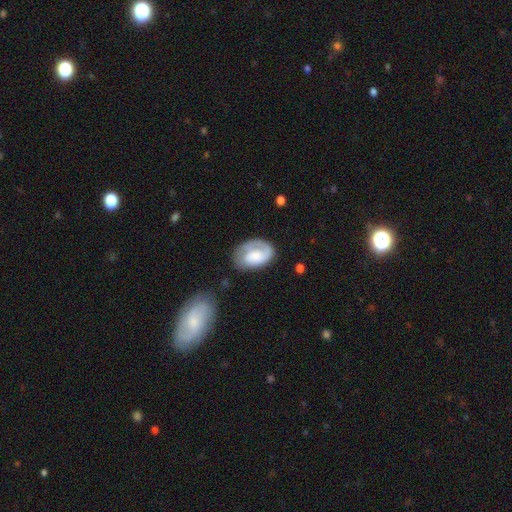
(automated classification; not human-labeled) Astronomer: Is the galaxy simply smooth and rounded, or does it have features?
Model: featured or disk — 56% (runner-up: smooth, 37%).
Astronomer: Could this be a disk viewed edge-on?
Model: no — 97%.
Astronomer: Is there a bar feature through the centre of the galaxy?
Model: no — 69%.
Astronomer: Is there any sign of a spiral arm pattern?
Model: yes — 83%.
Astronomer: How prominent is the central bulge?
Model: small — 25% (runner-up: moderate, 24%).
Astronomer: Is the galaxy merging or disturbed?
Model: none — 60%.